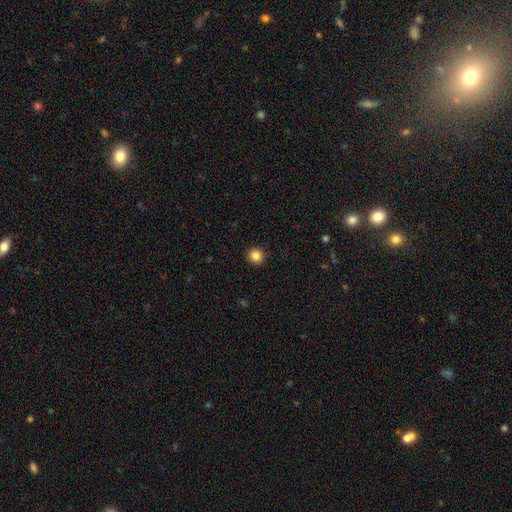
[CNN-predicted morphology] Smooth or featured: smooth — 85% (star or artifact — 11%)
How rounded: round — 94% (in between — 5%)
Merging: none — 93% (minor disturbance — 5%)